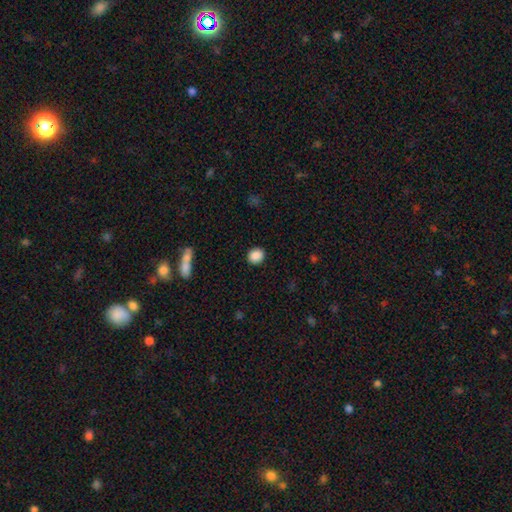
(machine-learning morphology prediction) type=smooth (89%); roundness=round (81%); merging=none (90%).